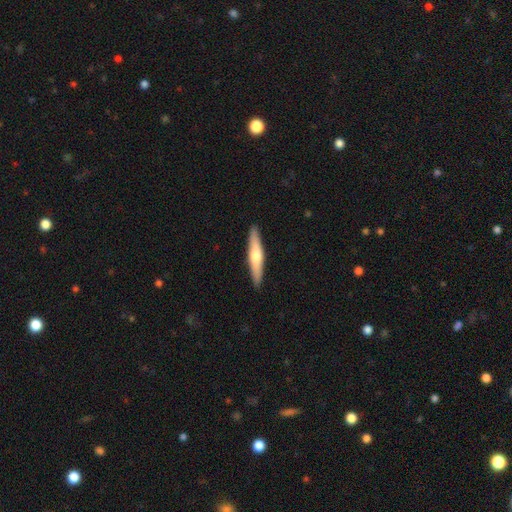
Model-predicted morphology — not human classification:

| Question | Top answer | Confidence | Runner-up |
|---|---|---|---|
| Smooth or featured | featured or disk | 48% | tied: smooth (48%) |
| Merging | none | 91% | minor disturbance (6%) |